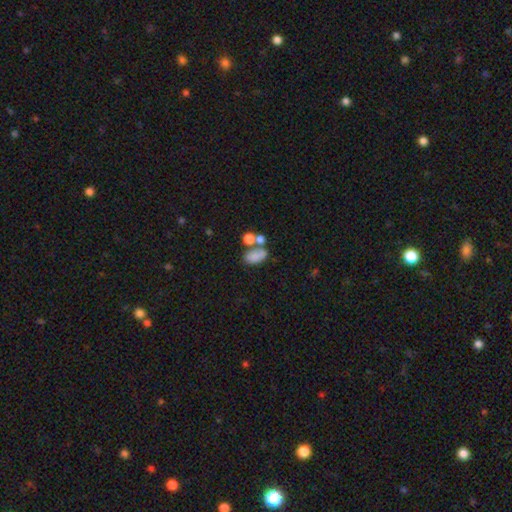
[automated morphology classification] Smooth or featured?
  - smooth: 77% *
  - star or artifact: 12%
  - featured or disk: 11%
How rounded?
  - in between: 88% *
  - round: 10%
  - cigar-shaped: 3%
Merging?
  - merger: 40% *
  - none: 38%
  - minor disturbance: 13%
  - major disturbance: 8%